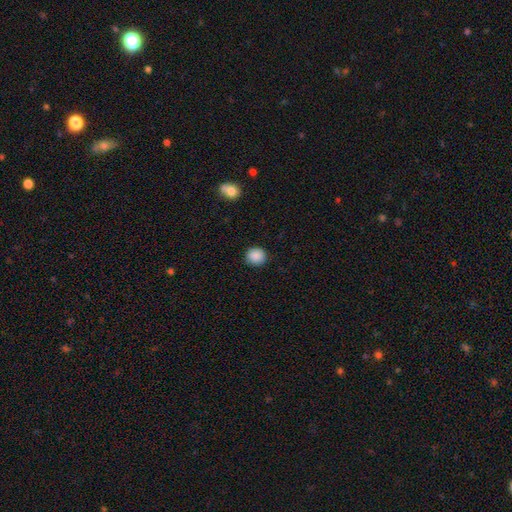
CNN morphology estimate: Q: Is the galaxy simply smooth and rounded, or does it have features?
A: smooth — 88%.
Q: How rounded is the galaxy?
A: round — 88%.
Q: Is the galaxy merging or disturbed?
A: none — 89%.